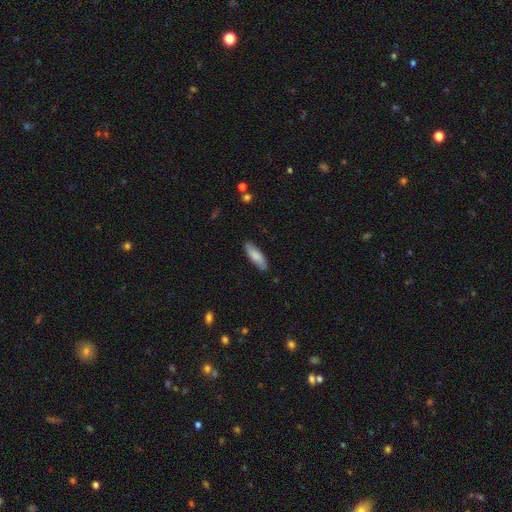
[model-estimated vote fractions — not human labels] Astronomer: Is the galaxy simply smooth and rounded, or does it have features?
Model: smooth — 76%.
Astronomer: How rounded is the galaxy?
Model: in between — 52% (runner-up: cigar-shaped, 47%).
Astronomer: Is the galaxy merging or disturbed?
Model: none — 86%.